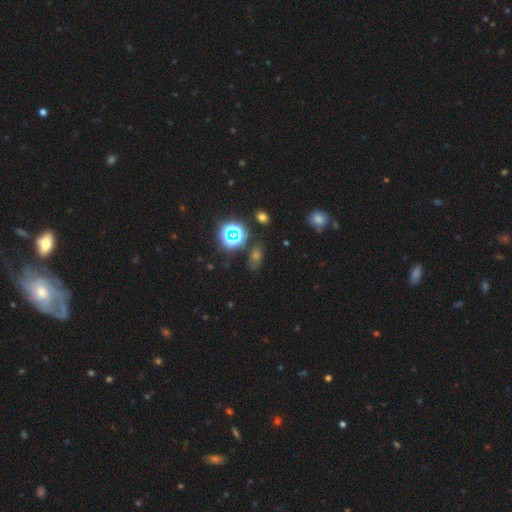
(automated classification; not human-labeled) Smooth or featured? star or artifact (54%)